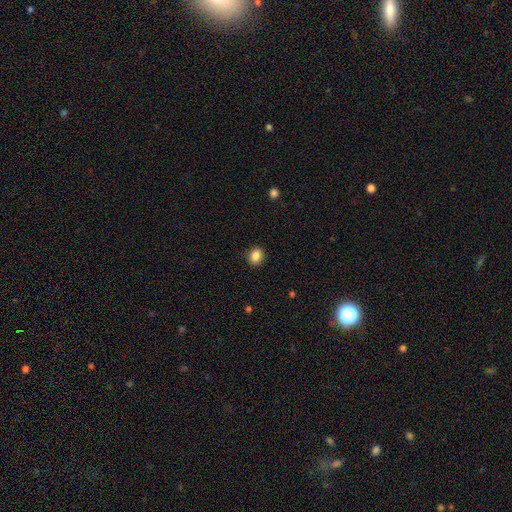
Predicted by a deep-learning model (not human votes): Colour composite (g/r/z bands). It shows a smooth galaxy with no disk features (87%) that is round (55%). Merging: none (89%).